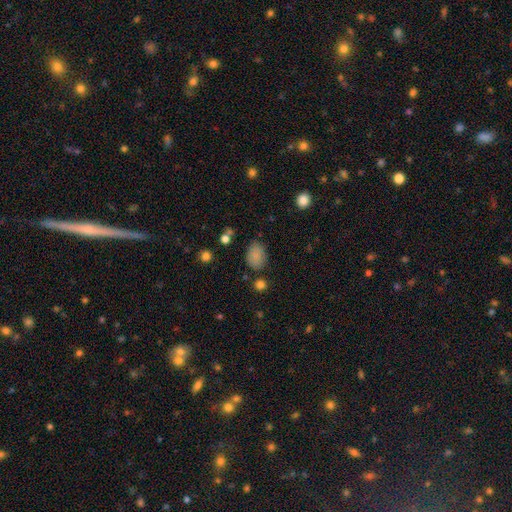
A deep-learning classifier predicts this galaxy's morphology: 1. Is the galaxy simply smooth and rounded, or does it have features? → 83% smooth, 10% star or artifact, 6% featured or disk.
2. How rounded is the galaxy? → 80% in between, 19% round, 1% cigar-shaped.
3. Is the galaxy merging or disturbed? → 75% none, 17% minor disturbance, 4% major disturbance, 4% merger.